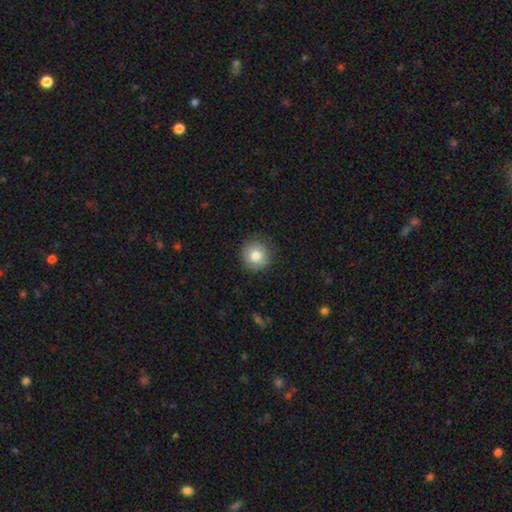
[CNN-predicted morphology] This is clearly a smooth galaxy (82%). How rounded: clearly round (92%). Merging: clearly none (86%).